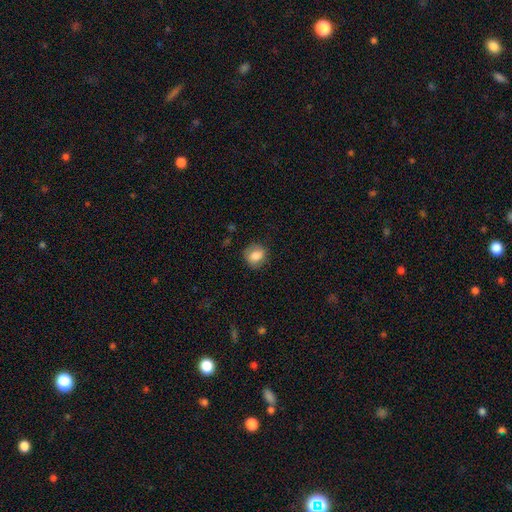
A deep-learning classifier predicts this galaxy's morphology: Smooth or featured?
  - smooth: 82% *
  - featured or disk: 10%
  - star or artifact: 8%
How rounded?
  - round: 64% *
  - in between: 35%
  - cigar-shaped: 1%
Merging?
  - none: 75% *
  - minor disturbance: 18%
  - major disturbance: 6%
  - merger: 1%